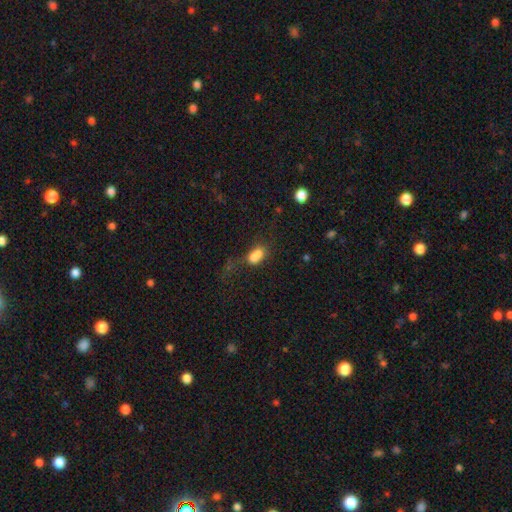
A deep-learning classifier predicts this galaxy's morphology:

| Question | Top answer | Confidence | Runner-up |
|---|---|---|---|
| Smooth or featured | smooth | 73% | featured or disk (15%) |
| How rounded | in between | 74% | round (22%) |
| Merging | merger | 49% | none (25%) |